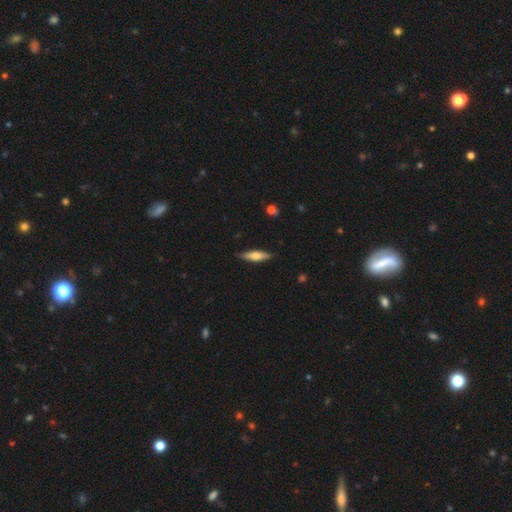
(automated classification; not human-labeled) This appears to be a smooth galaxy with no disk features (58%) that is cigar-shaped (68%). Merging: none (86%).